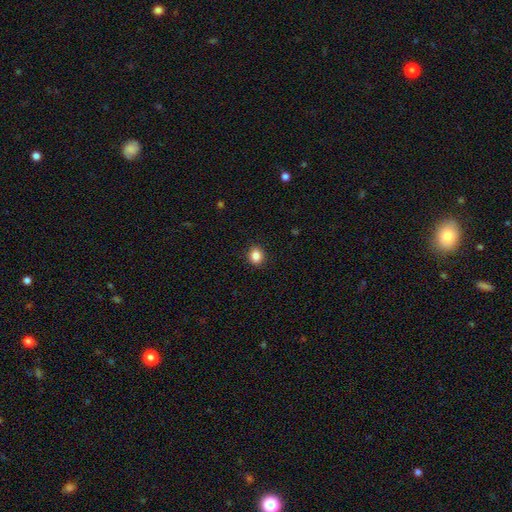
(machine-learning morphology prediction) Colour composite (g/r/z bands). It shows a smooth galaxy with no disk features (85%) that is round (70%). Merging: none (91%).